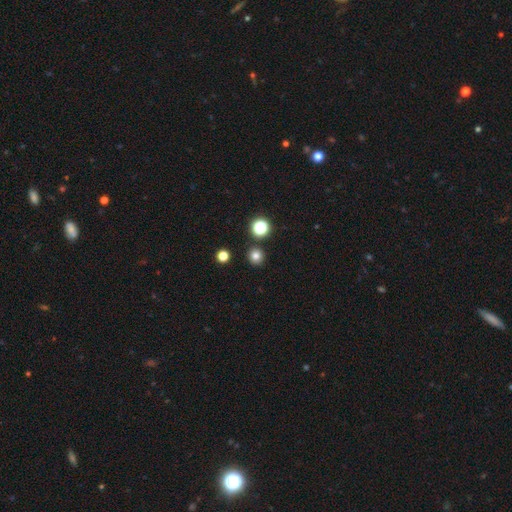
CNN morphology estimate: A smooth galaxy with no disk features (78%) that is round (93%).

Vote fractions:
- Smooth or featured? smooth: 78% / star or artifact: 16% / featured or disk: 6%
- How rounded? round: 93% / in between: 6% / cigar-shaped: 1%
- Merging? none: 89% / minor disturbance: 6% / merger: 4% / major disturbance: 2%